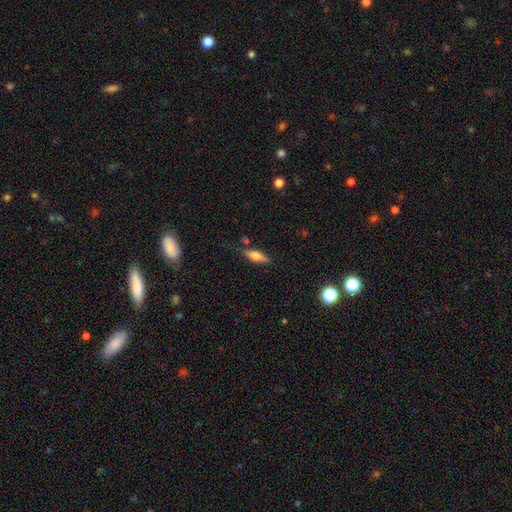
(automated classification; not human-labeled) smooth 53%, featured or disk 39%, star or artifact 8%. Down the decision tree: how rounded — in between (50%); merging — none (75%).